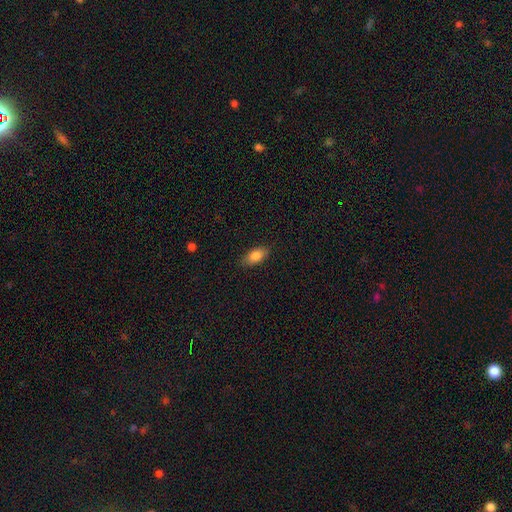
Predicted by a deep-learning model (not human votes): Smooth or featured: smooth — 84% (featured or disk — 8%)
How rounded: in between — 90% (cigar-shaped — 6%)
Merging: none — 85% (minor disturbance — 12%)